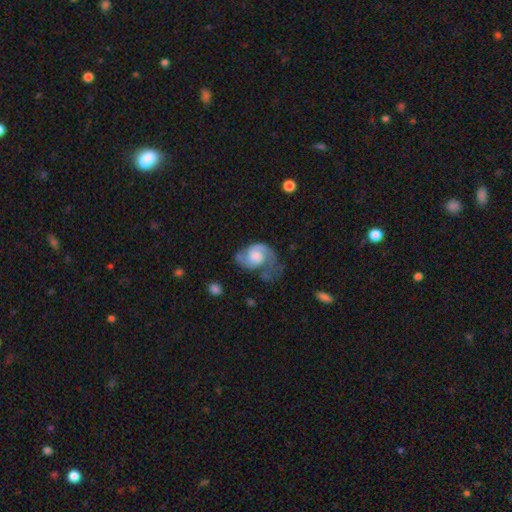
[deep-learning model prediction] Overall: featured or disk (76%). Edge-on disk: no (98%). Bar: no (67%; weak 29%). Spiral arms: yes (92%). Spiral arm count: 2 (75%). Spiral winding: medium (47%; loose 28%). Bulge size: large (35%; moderate 29%). Merging: none (34%, tied with major disturbance).